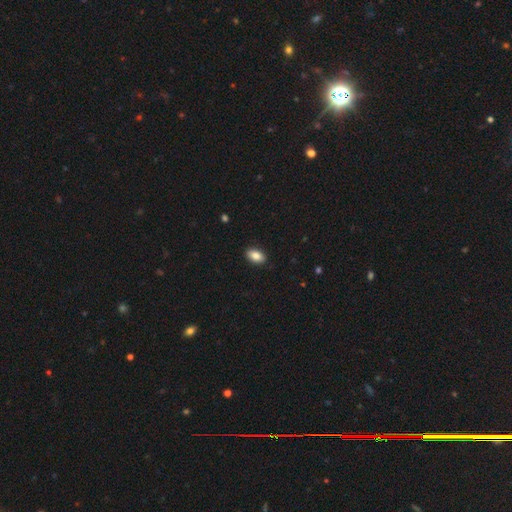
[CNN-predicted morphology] A smooth galaxy with no disk features (86%) that is in between round and cigar-shaped (92%).

Vote fractions:
- Smooth or featured? smooth: 86% / star or artifact: 7% / featured or disk: 7%
- How rounded? in between: 92% / round: 5% / cigar-shaped: 3%
- Merging? none: 89% / minor disturbance: 8% / major disturbance: 2% / merger: 1%